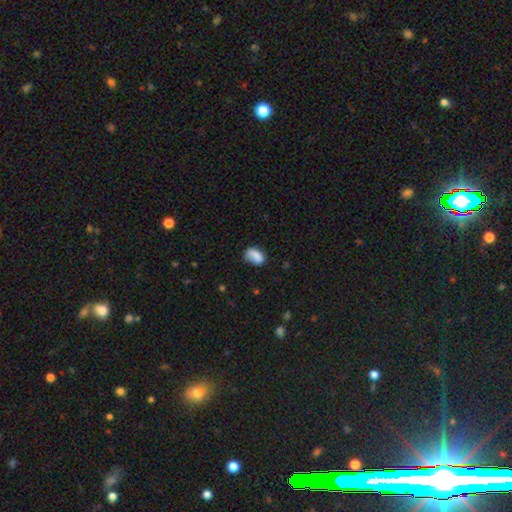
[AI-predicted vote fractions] The model was most divided on "merging": none: 55%, minor disturbance: 29%, major disturbance: 12%, merger: 4%. More confident: how rounded — in between (83%); smooth or featured — smooth (78%).